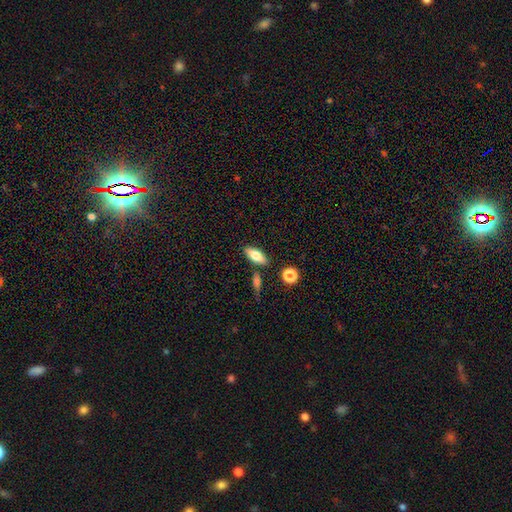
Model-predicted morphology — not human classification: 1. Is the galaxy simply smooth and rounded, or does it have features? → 74% smooth, 19% featured or disk, 7% star or artifact.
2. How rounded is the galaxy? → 79% in between, 18% cigar-shaped, 4% round.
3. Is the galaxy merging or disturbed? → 79% none, 11% minor disturbance, 7% merger, 3% major disturbance.